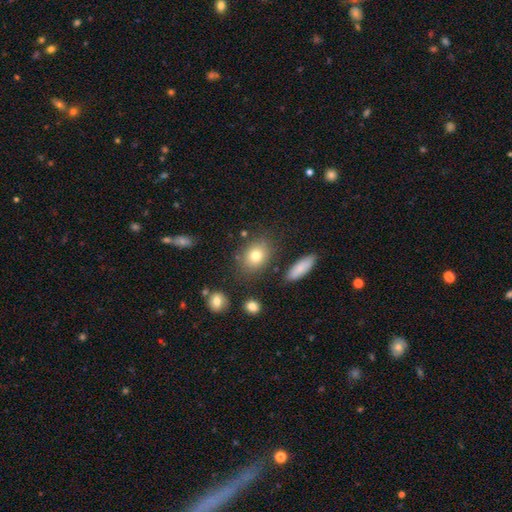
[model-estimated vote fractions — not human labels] Smooth or featured? Predicted: smooth (p=0.77). How rounded? Predicted: in between (p=0.57). Merging? Predicted: none (p=0.78).